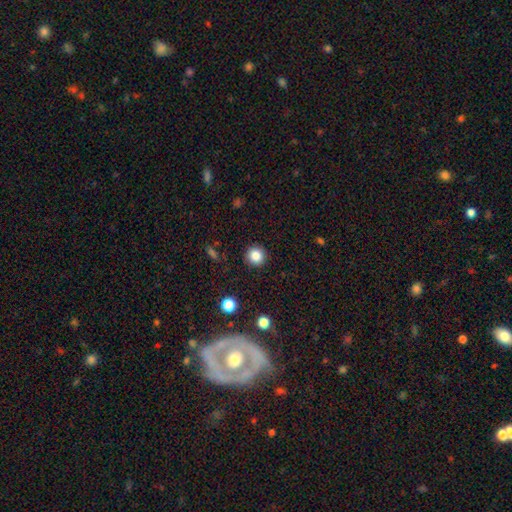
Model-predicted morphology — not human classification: This appears to be a smooth galaxy with no disk features (85%) that is round (94%). Merging: none (92%).